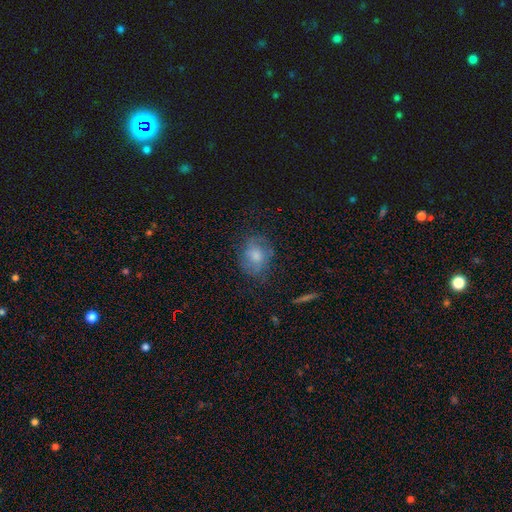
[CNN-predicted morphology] Smooth or featured? Predicted: smooth (p=0.61). How rounded? Predicted: round (p=0.59). Merging? Predicted: none (p=0.65).